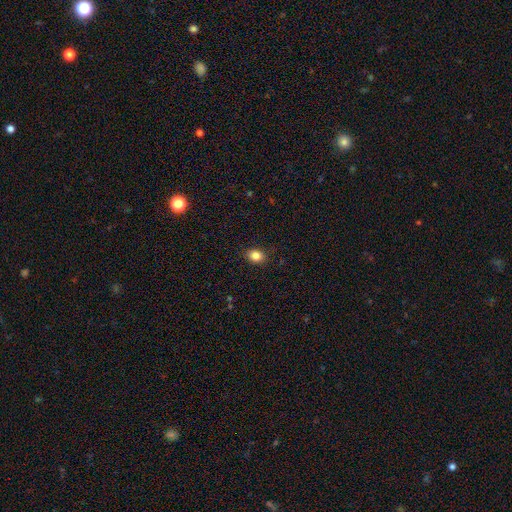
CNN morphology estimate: Smooth or featured: smooth — 85% (star or artifact — 10%)
How rounded: in between — 60% (round — 38%)
Merging: none — 87% (minor disturbance — 10%)